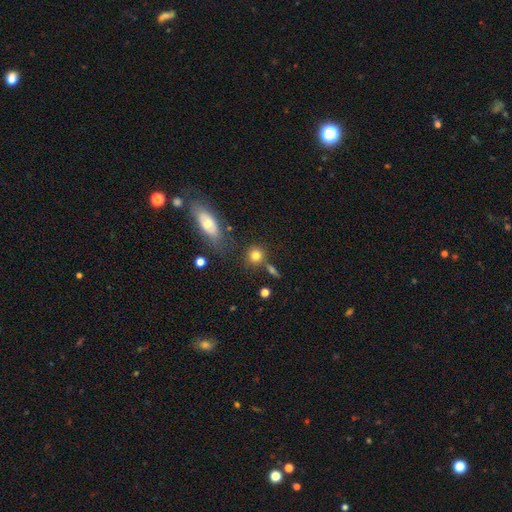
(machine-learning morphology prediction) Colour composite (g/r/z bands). It shows a smooth galaxy with no disk features (79%) that is round (83%). Merging: none (69%).